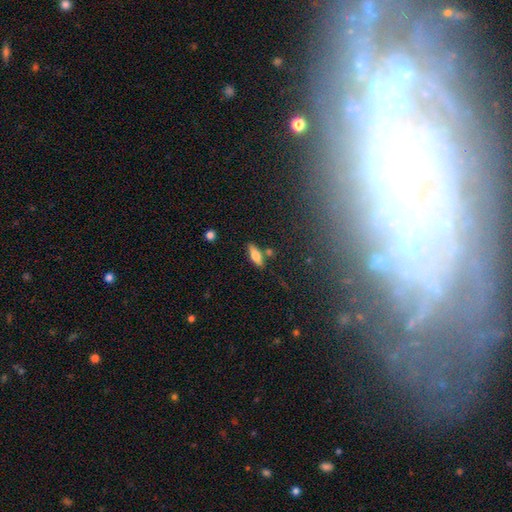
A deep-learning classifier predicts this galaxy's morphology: This appears to be a smooth galaxy with no disk features (70%) that is in between round and cigar-shaped (66%). Merging: none (76%).